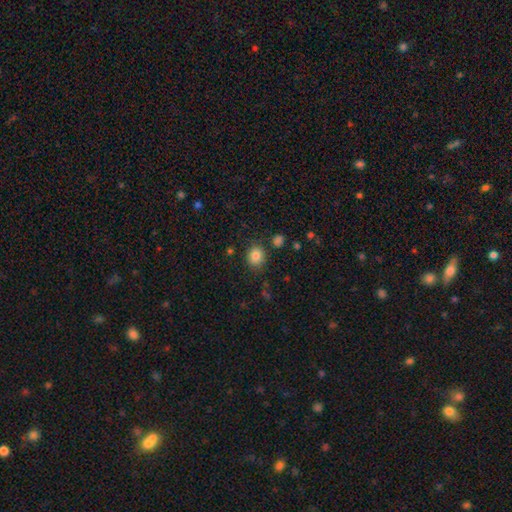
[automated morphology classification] Overall: smooth (84%). How rounded: round (70%). Merging: none (81%).